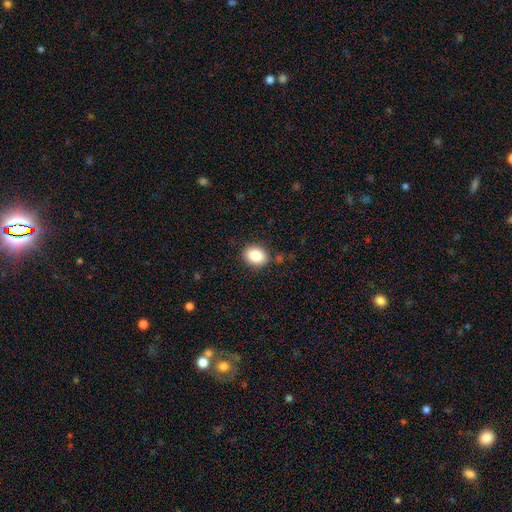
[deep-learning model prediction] The model was most divided on "how rounded": in between: 56%, round: 43%, cigar-shaped: 1%. More confident: smooth or featured — smooth (87%); merging — none (85%).